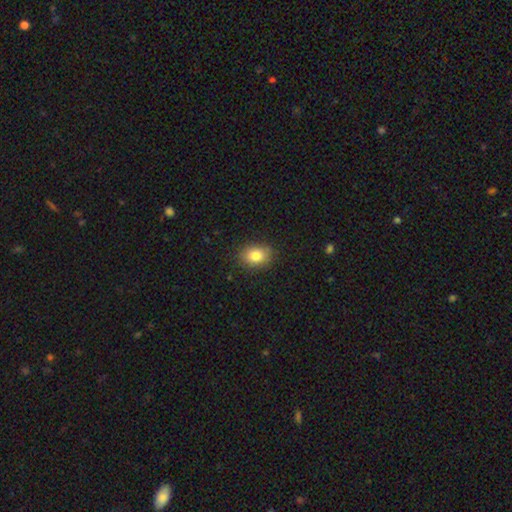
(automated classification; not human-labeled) Morphology: type=smooth (82%); roundness=in between (65%); merging=none (85%).